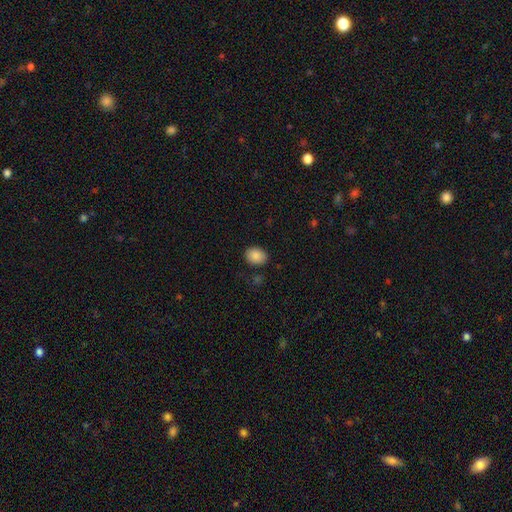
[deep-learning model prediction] A smooth galaxy with no disk features (88%) that is in between round and cigar-shaped (57%).

Vote fractions:
- Smooth or featured? smooth: 88% / star or artifact: 8% / featured or disk: 4%
- How rounded? in between: 57% / round: 42% / cigar-shaped: 1%
- Merging? none: 85% / minor disturbance: 10% / major disturbance: 3% / merger: 2%